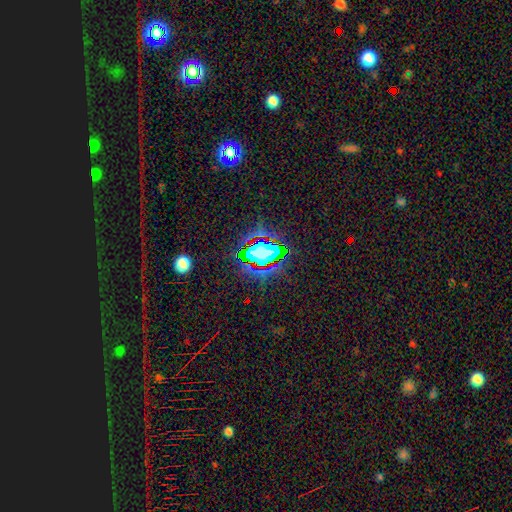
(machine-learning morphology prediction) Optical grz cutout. It shows a star or artifact, not a galaxy (83%).